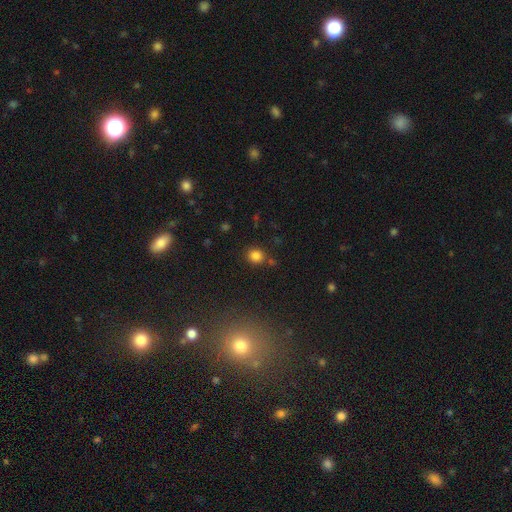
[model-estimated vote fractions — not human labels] This is clearly a smooth galaxy (82%). How rounded: clearly round (86%). Merging: clearly none (80%).